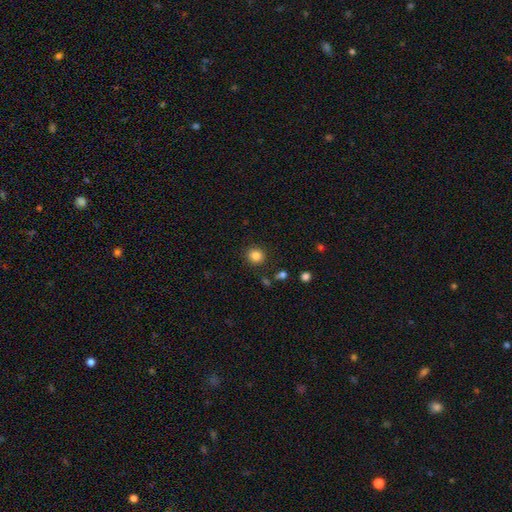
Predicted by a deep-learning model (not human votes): Q: Smooth or featured?
A: smooth (85%); runner-up: star or artifact (11%)
Q: How rounded?
A: round (86%); runner-up: in between (14%)
Q: Merging?
A: none (88%); runner-up: minor disturbance (7%)